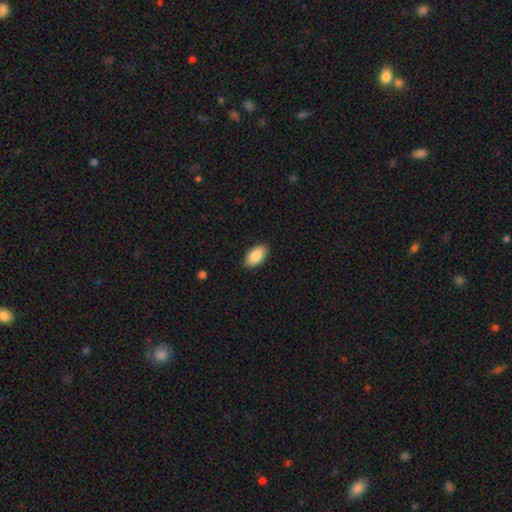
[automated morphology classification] smooth 89%, star or artifact 6%, featured or disk 4%. Down the decision tree: how rounded — in between (95%); merging — none (89%).